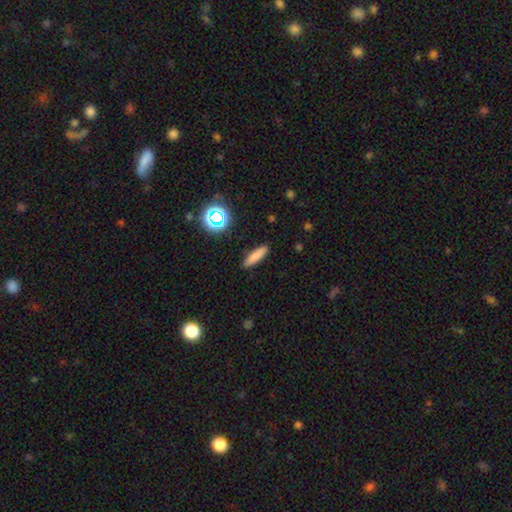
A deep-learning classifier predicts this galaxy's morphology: smooth_or_featured: smooth (p=0.79) [alt: star or artifact p=0.12]
how_rounded: cigar-shaped (p=0.72) [alt: in between p=0.25]
merging: none (p=0.89) [alt: minor disturbance p=0.07]